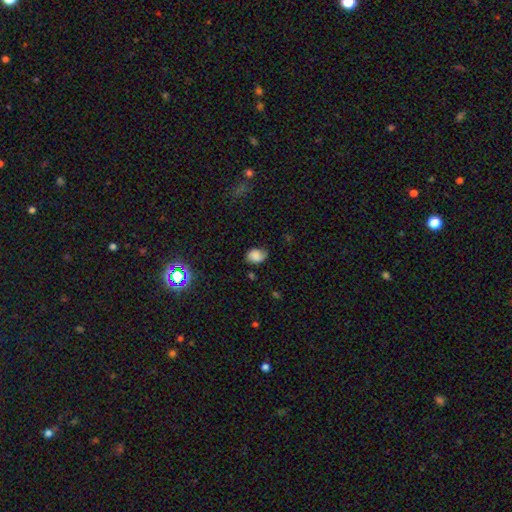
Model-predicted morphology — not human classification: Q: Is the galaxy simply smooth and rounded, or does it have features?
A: smooth — 71%.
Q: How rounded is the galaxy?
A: in between — 70%.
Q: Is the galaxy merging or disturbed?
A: none — 65%.